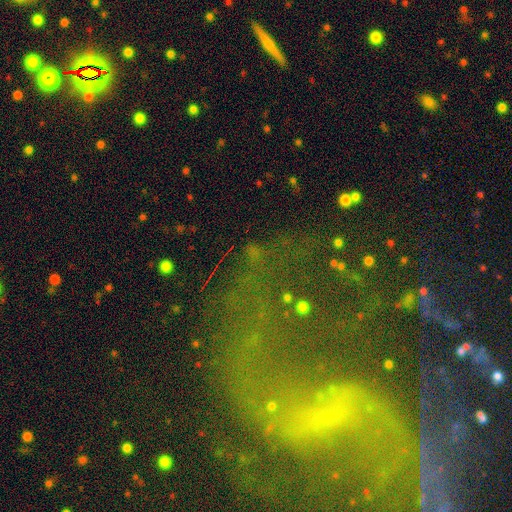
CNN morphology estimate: smooth_or_featured: star or artifact (p=0.63) [alt: smooth p=0.19]